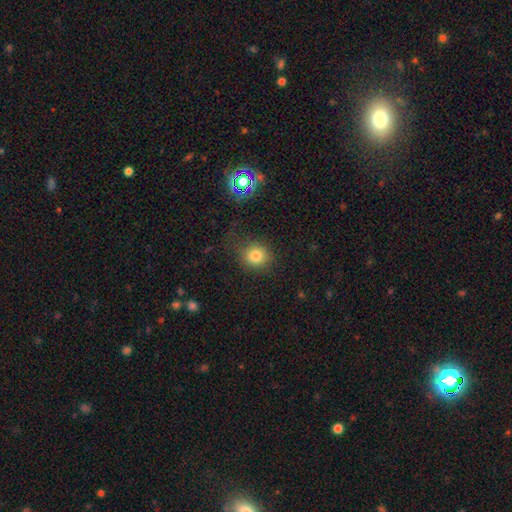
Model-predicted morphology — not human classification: Smooth or featured? Predicted: smooth (p=0.79). How rounded? Predicted: round (p=0.84). Merging? Predicted: none (p=0.74).